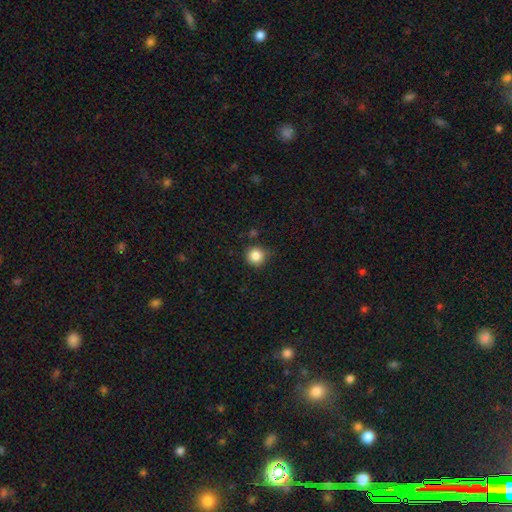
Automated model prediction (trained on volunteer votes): Morphology: type=smooth (84%); roundness=round (93%); merging=none (84%).